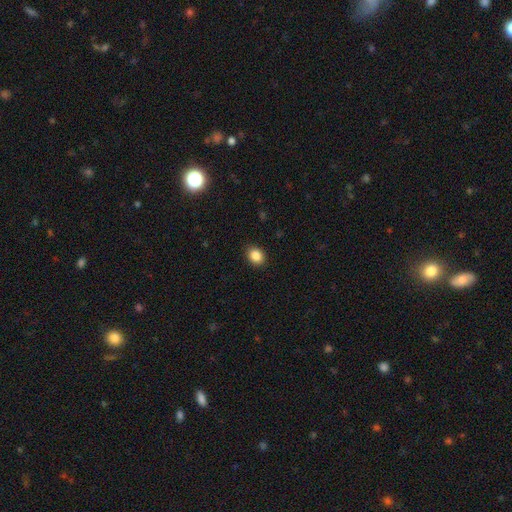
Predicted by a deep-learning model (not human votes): smooth 86%, star or artifact 10%, featured or disk 4%. Down the decision tree: how rounded — in between (50%, tied with round); merging — none (90%).